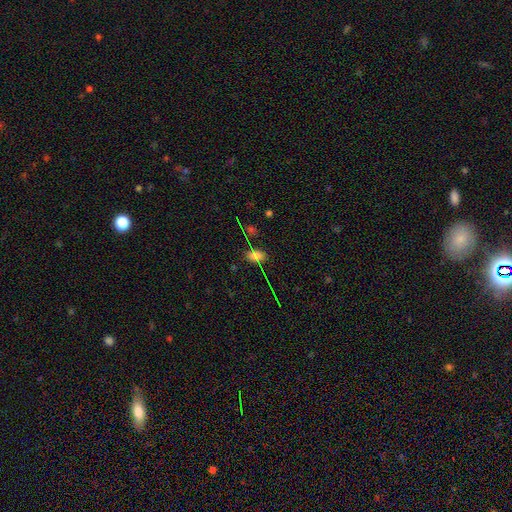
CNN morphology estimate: A smooth galaxy with no disk features (65%) that is in between round and cigar-shaped (83%). Merging: none (75%).